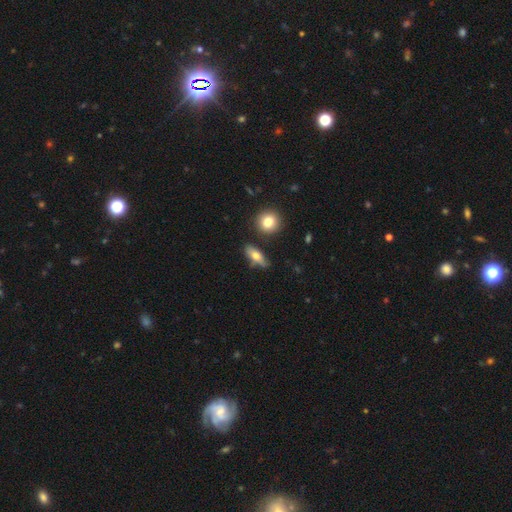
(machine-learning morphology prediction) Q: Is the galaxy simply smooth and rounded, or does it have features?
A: smooth — 64%.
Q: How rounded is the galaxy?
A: in between — 65%.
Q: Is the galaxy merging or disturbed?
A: none — 70%.